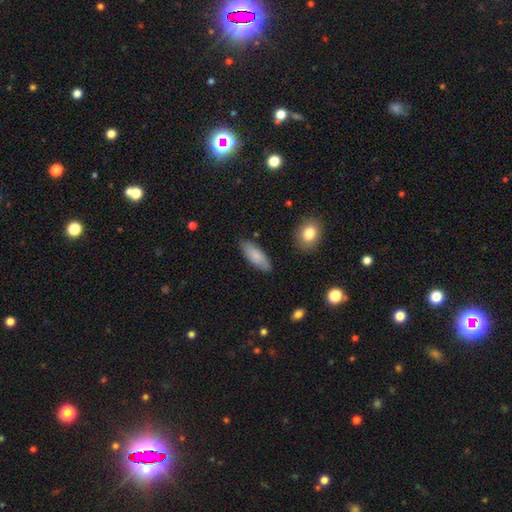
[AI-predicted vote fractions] This appears to be a smooth galaxy with no disk features (81%) that is in between round and cigar-shaped (71%). Merging: none (82%).